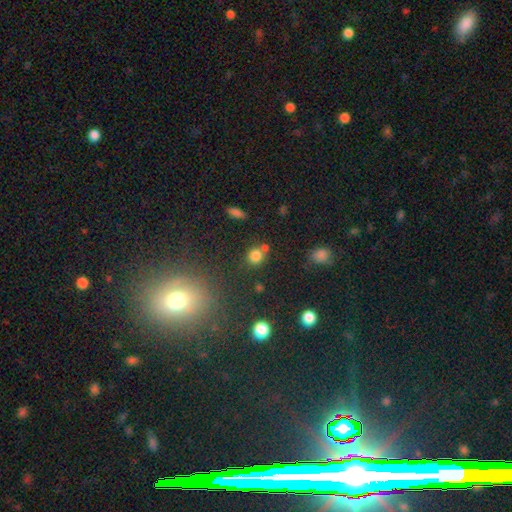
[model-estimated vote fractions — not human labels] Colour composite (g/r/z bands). It shows a smooth galaxy with no disk features (77%) that is round (82%). Merging: none (59%).